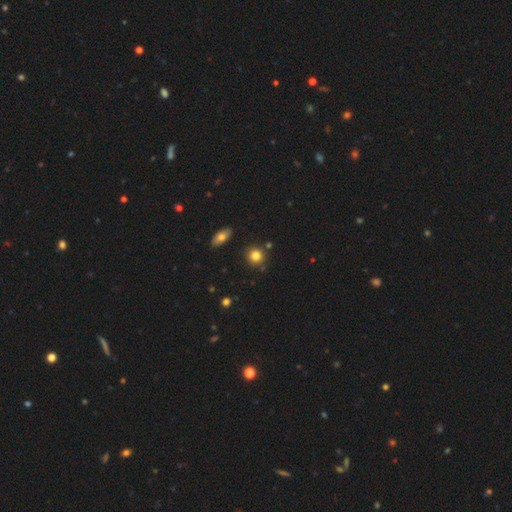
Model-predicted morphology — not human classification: A smooth galaxy with no disk features (82%) that is round (87%). Merging: none (83%).